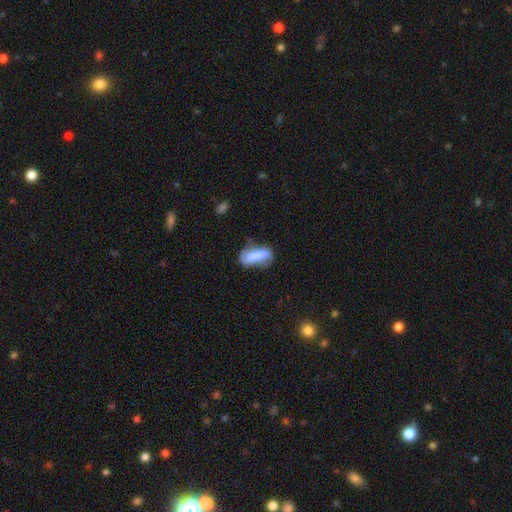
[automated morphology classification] smooth-or-featured: smooth: 60% | featured or disk: 32% | star or artifact: 8%
  how-rounded: in between: 67% | cigar-shaped: 30% | round: 3%
  merging: none: 45% | minor disturbance: 32% | major disturbance: 17% | merger: 6%